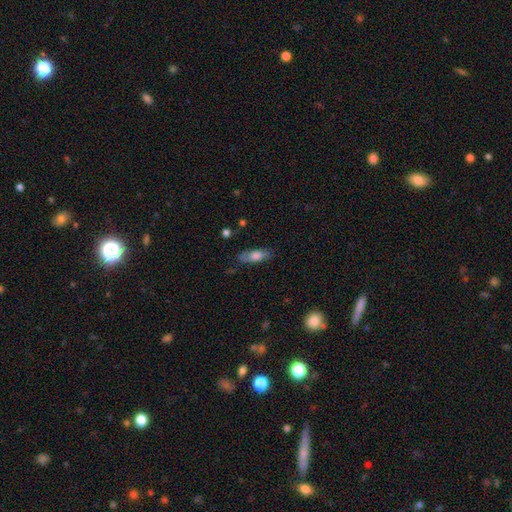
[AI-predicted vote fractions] smooth 62%, featured or disk 30%, star or artifact 8%. Down the decision tree: how rounded — in between (65%); merging — none (75%).